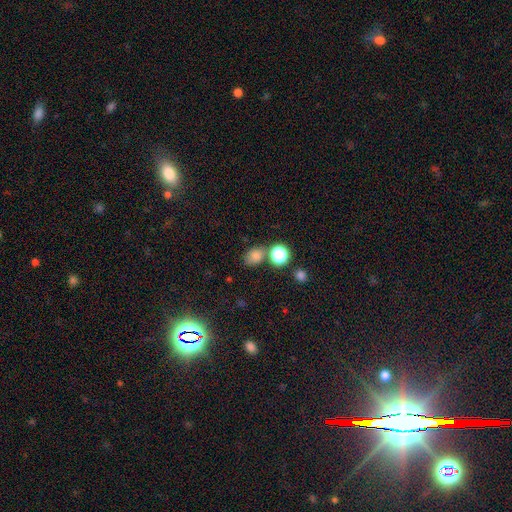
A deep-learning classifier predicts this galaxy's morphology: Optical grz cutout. It shows a smooth galaxy with no disk features (75%) that is in between round and cigar-shaped (54%). Merging: none (64%).